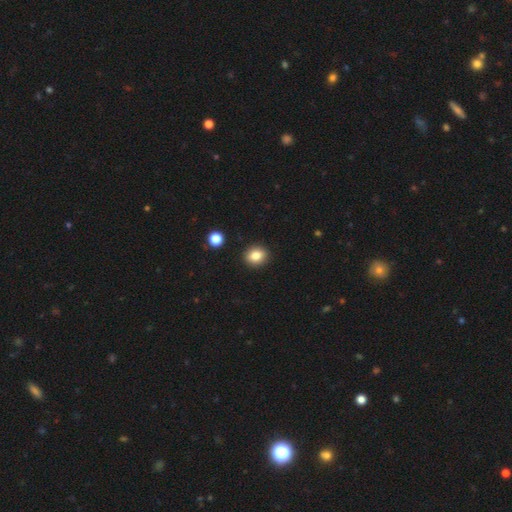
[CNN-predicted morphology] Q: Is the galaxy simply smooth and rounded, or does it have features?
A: smooth — 83%.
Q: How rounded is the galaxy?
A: round — 67%.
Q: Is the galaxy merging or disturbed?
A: none — 90%.